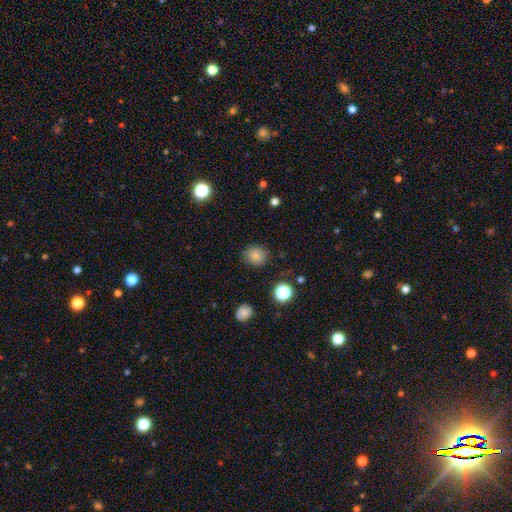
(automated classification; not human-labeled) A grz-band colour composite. It shows a smooth galaxy with no disk features (81%) that is round (83%). Merging: none (85%).